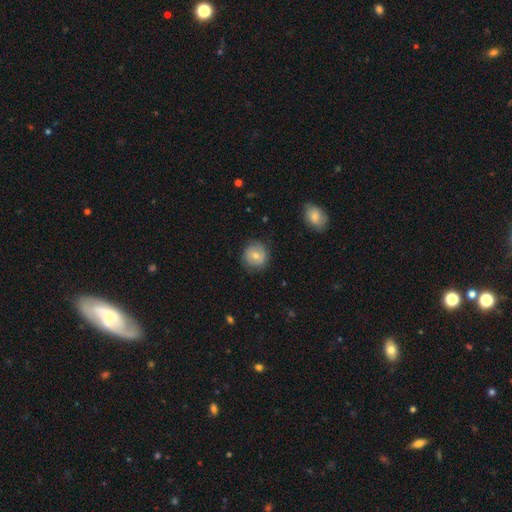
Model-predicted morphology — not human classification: Smooth or featured?
  - smooth: 60% *
  - featured or disk: 32%
  - star or artifact: 8%
How rounded?
  - round: 89% *
  - in between: 10%
  - cigar-shaped: 1%
Merging?
  - none: 80% *
  - minor disturbance: 15%
  - major disturbance: 4%
  - merger: 1%